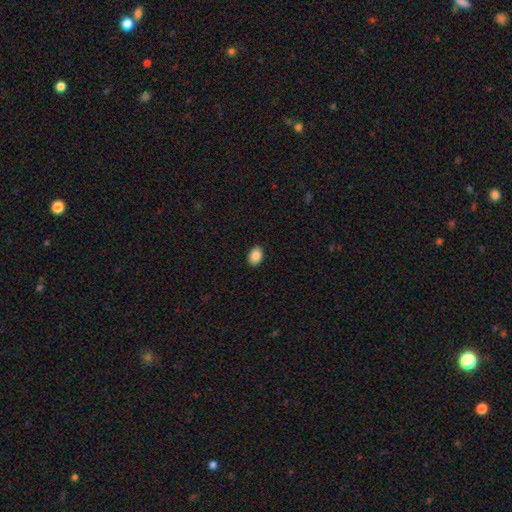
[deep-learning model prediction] Q: Smooth or featured?
A: smooth (87%); runner-up: star or artifact (8%)
Q: How rounded?
A: in between (81%); runner-up: round (17%)
Q: Merging?
A: none (90%); runner-up: minor disturbance (8%)